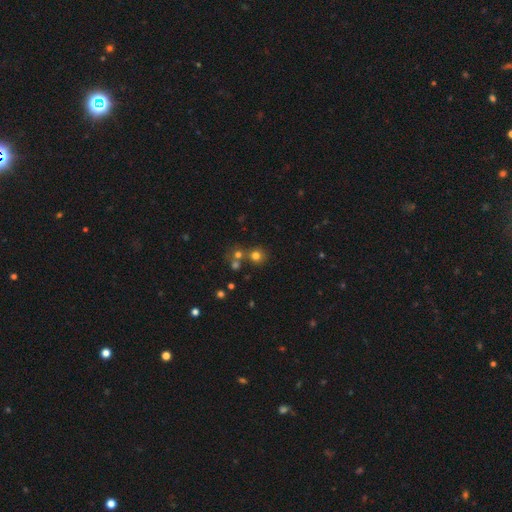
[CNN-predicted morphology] smooth_or_featured: smooth (p=0.71) [alt: star or artifact p=0.20]
how_rounded: round (p=0.89) [alt: in between p=0.10]
merging: none (p=0.62) [alt: merger p=0.26]